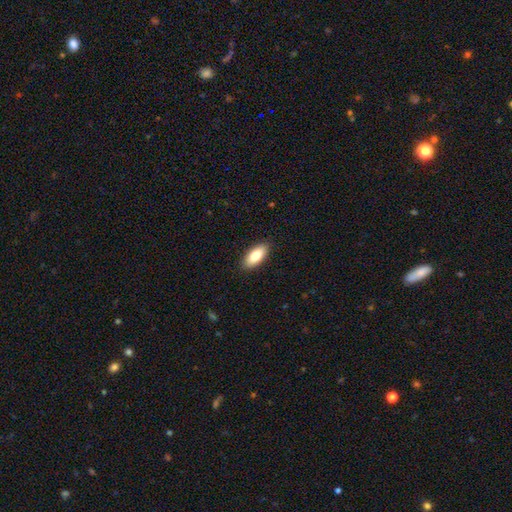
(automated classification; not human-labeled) smooth-or-featured: smooth: 81% | featured or disk: 13% | star or artifact: 6%
  how-rounded: in between: 86% | cigar-shaped: 12% | round: 2%
  merging: none: 90% | minor disturbance: 8% | major disturbance: 2% | merger: 1%